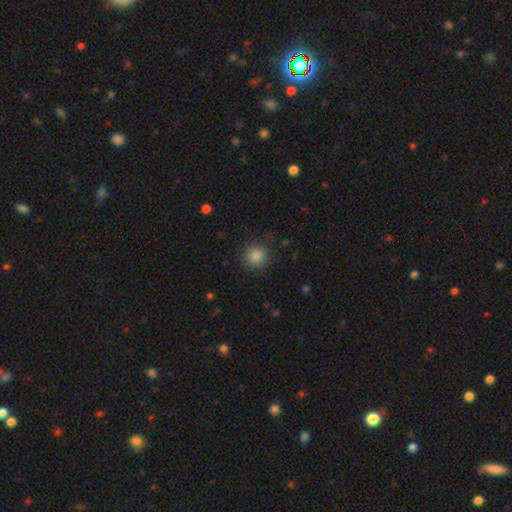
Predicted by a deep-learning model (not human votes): Overall: smooth (85%). How rounded: round (94%). Merging: none (89%).